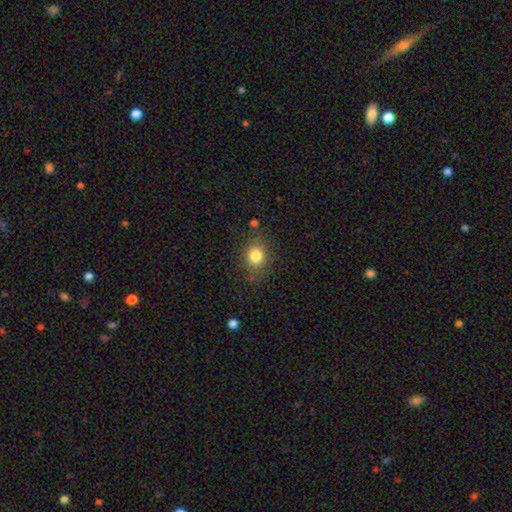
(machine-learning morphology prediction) The model was most divided on "how rounded": round: 57%, in between: 42%, cigar-shaped: 1%. More confident: smooth or featured — smooth (82%); merging — none (80%).